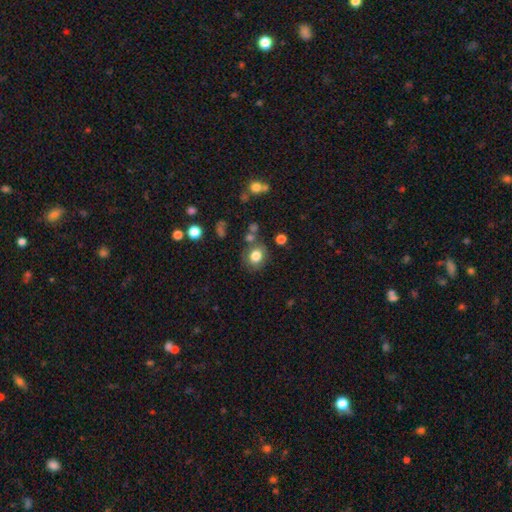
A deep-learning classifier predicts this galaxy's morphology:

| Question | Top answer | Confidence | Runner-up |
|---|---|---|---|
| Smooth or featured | smooth | 80% | star or artifact (11%) |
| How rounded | round | 73% | in between (26%) |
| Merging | none | 73% | minor disturbance (14%) |